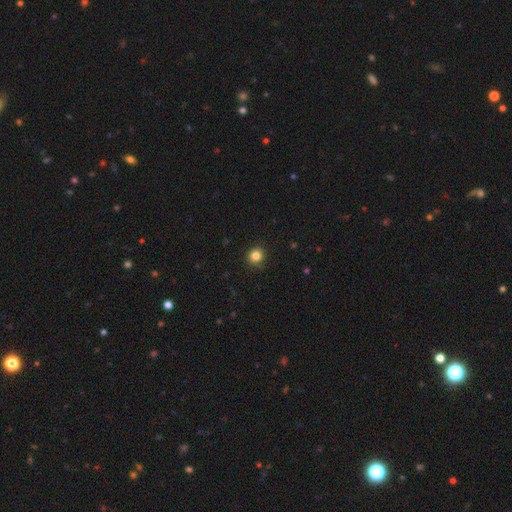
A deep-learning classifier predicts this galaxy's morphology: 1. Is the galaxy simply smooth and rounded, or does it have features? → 84% smooth, 12% star or artifact, 4% featured or disk.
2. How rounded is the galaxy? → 91% round, 9% in between, 1% cigar-shaped.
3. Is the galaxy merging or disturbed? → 89% none, 8% minor disturbance, 2% major disturbance, 1% merger.